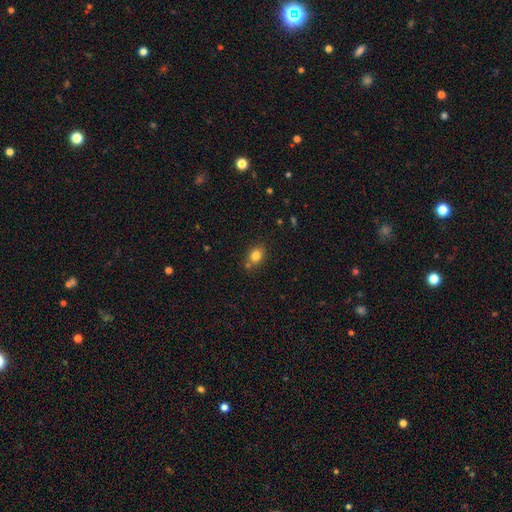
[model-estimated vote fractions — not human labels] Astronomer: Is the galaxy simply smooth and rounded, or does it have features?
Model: smooth — 80%.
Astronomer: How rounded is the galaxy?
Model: round — 51% (runner-up: in between, 48%).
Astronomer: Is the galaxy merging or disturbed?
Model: none — 70%.